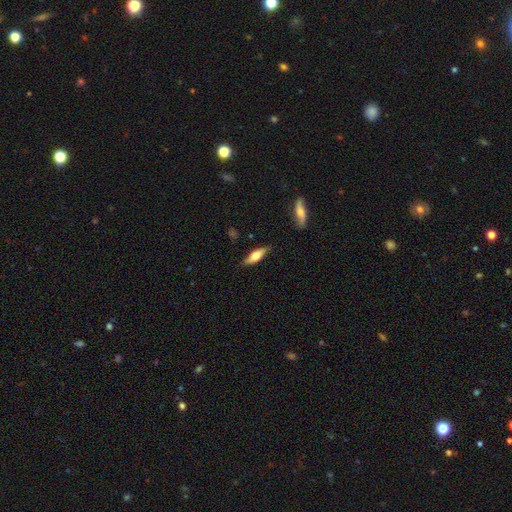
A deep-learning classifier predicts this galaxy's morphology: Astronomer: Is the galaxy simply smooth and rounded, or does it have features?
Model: smooth — 49% (runner-up: featured or disk, 45%).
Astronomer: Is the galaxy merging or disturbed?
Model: none — 83%.